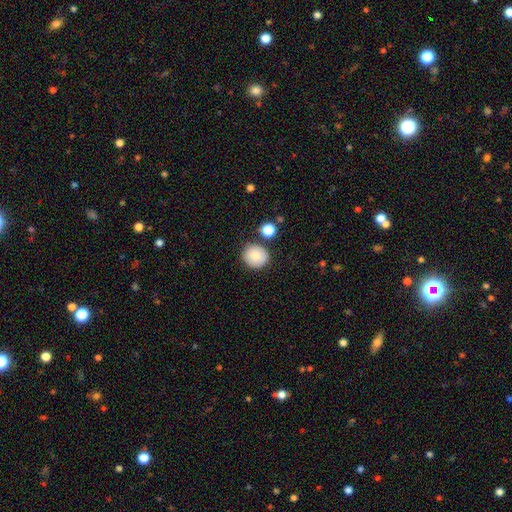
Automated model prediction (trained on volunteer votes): Morphology: type=smooth (82%); roundness=round (90%); merging=none (82%).